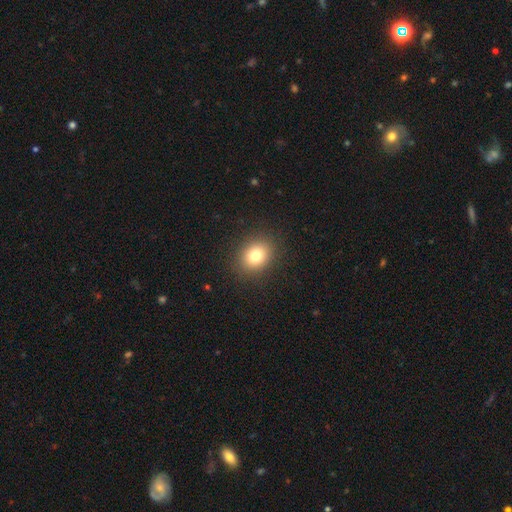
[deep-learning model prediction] A smooth galaxy with no disk features (79%) that is round (55%).

Vote fractions:
- Smooth or featured? smooth: 79% / star or artifact: 12% / featured or disk: 9%
- How rounded? round: 55% / in between: 44% / cigar-shaped: 1%
- Merging? none: 89% / minor disturbance: 7% / major disturbance: 3% / merger: 1%